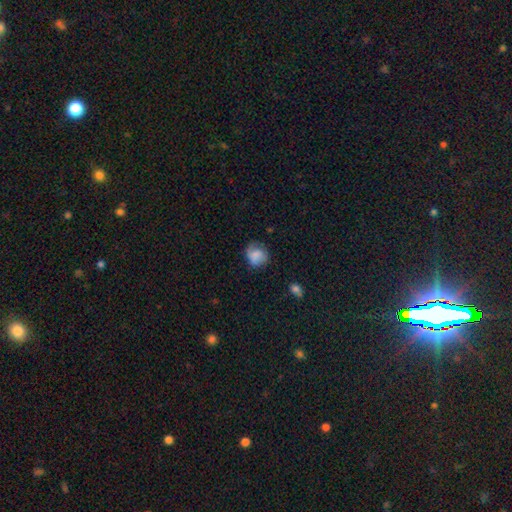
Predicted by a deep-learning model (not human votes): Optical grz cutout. It shows a smooth galaxy with no disk features (70%) that is round (74%). Merging: none (61%).